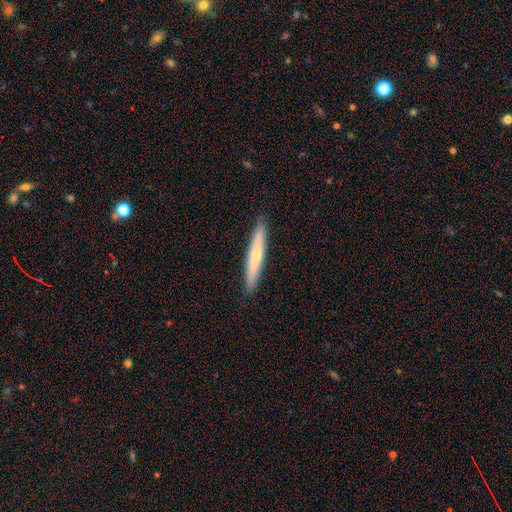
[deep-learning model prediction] Smooth or featured?
  - smooth: 57% *
  - featured or disk: 37%
  - star or artifact: 5%
How rounded?
  - cigar-shaped: 94% *
  - in between: 5%
  - round: 1%
Merging?
  - none: 91% *
  - minor disturbance: 7%
  - major disturbance: 1%
  - merger: 1%